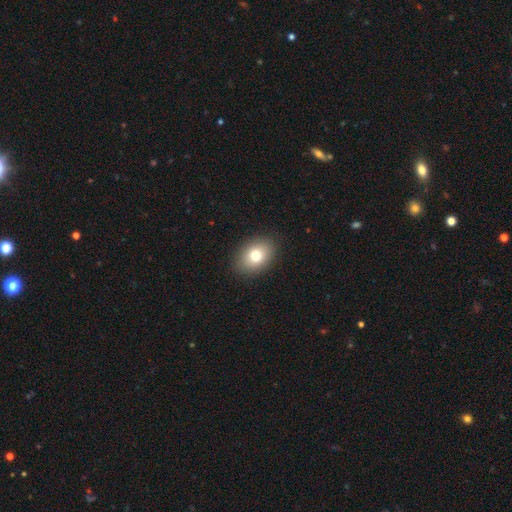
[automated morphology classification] Smooth or featured? Predicted: smooth (p=0.78). How rounded? Predicted: in between (p=0.77). Merging? Predicted: none (p=0.88).